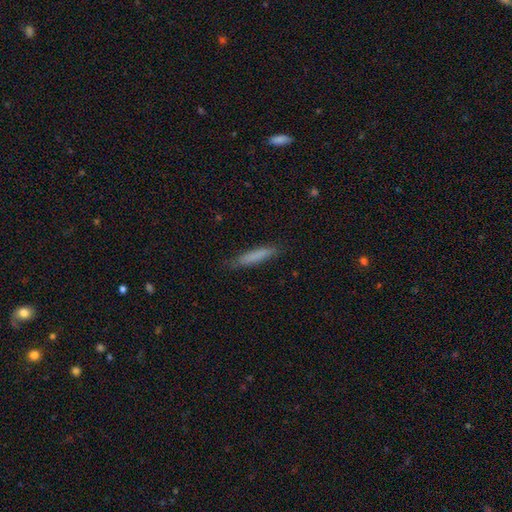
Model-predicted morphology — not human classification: smooth-or-featured: smooth: 77% | featured or disk: 16% | star or artifact: 7%
  how-rounded: cigar-shaped: 91% | in between: 8% | round: 1%
  merging: none: 82% | minor disturbance: 14% | major disturbance: 3% | merger: 1%